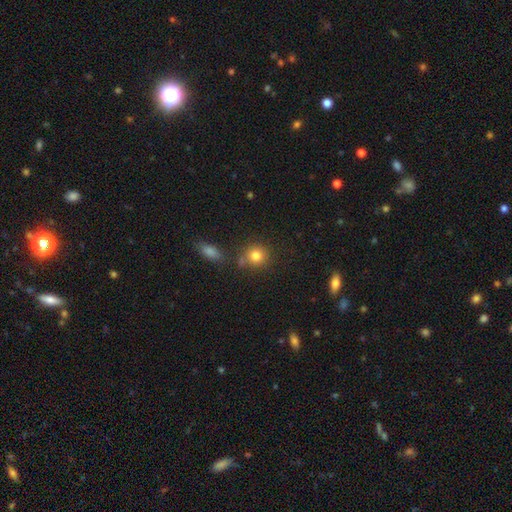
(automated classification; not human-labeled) Morphology: type=smooth (80%); roundness=round (88%); merging=none (71%).